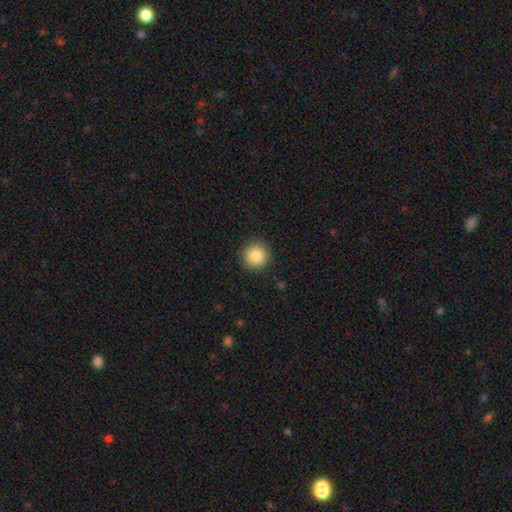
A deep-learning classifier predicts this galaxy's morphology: The model was most divided on "smooth or featured": smooth: 86%, star or artifact: 9%, featured or disk: 5%. More confident: how rounded — round (95%); merging — none (91%).